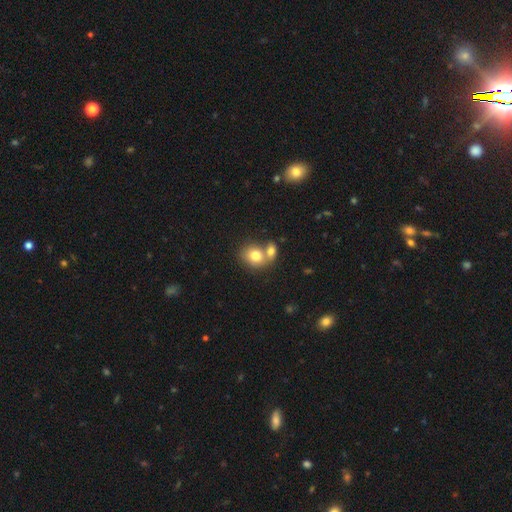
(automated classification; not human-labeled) A smooth galaxy with no disk features (78%) that is round (61%). Merging: merger (52%).